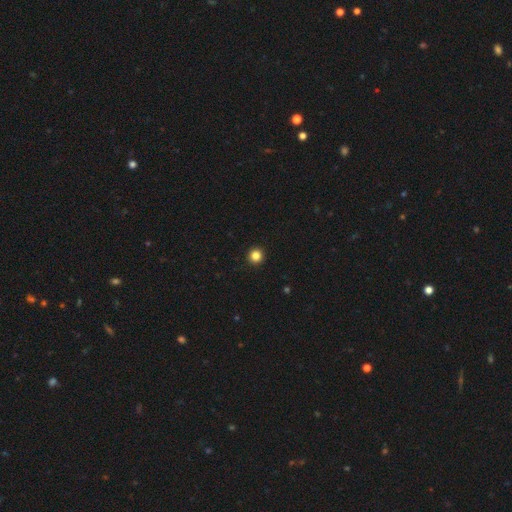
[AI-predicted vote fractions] smooth_or_featured: smooth (p=0.84) [alt: star or artifact p=0.12]
how_rounded: round (p=0.96) [alt: in between p=0.03]
merging: none (p=0.94) [alt: minor disturbance p=0.04]